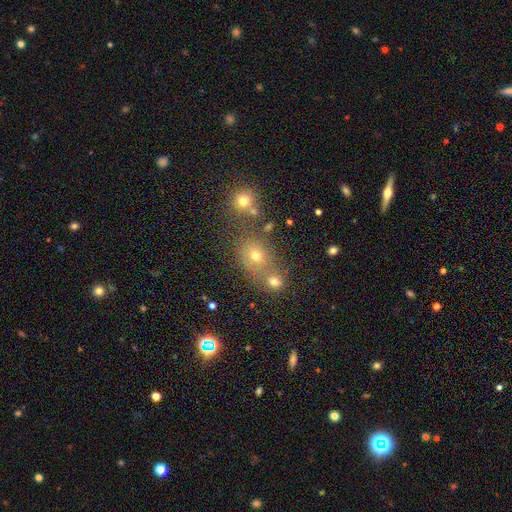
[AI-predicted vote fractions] smooth-or-featured: smooth: 60% | star or artifact: 25% | featured or disk: 15%
  how-rounded: round: 60% | in between: 39% | cigar-shaped: 1%
  merging: none: 55% | merger: 29% | minor disturbance: 11% | major disturbance: 5%